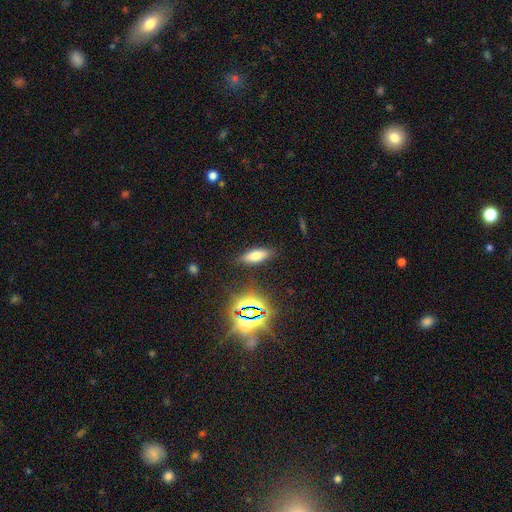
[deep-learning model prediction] Q: Smooth or featured?
A: smooth (66%); runner-up: star or artifact (18%)
Q: How rounded?
A: in between (66%); runner-up: cigar-shaped (30%)
Q: Merging?
A: none (84%); runner-up: minor disturbance (10%)